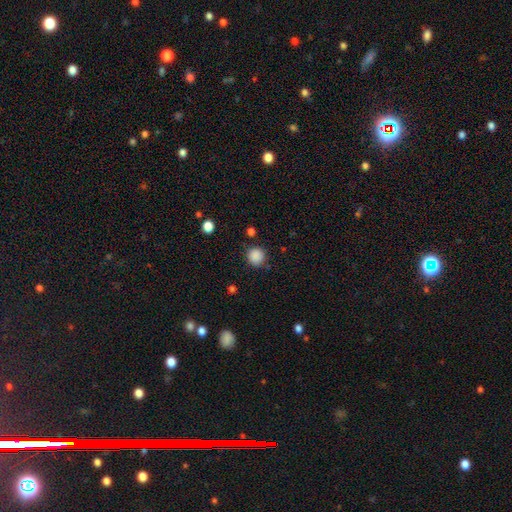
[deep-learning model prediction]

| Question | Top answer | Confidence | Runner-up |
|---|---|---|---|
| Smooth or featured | smooth | 87% | star or artifact (10%) |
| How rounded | round | 92% | in between (7%) |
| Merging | none | 84% | minor disturbance (10%) |